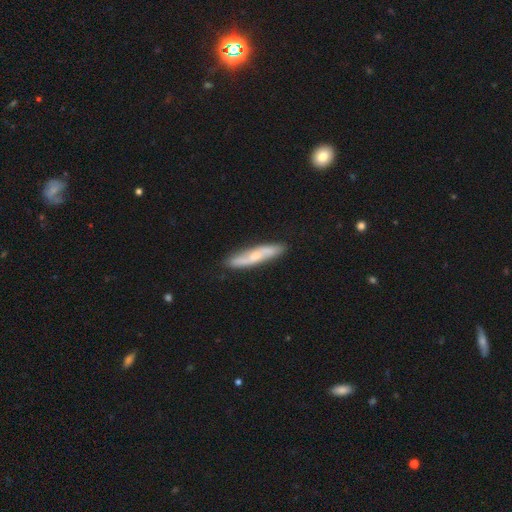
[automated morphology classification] type=featured or disk (61%); edge-on=yes (55%); merging=none (85%).